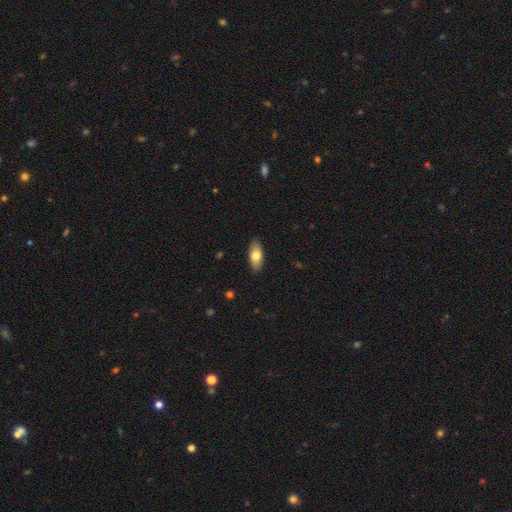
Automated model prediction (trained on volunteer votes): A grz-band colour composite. It shows a smooth galaxy with no disk features (77%) that is in between round and cigar-shaped (86%). Merging: none (89%).